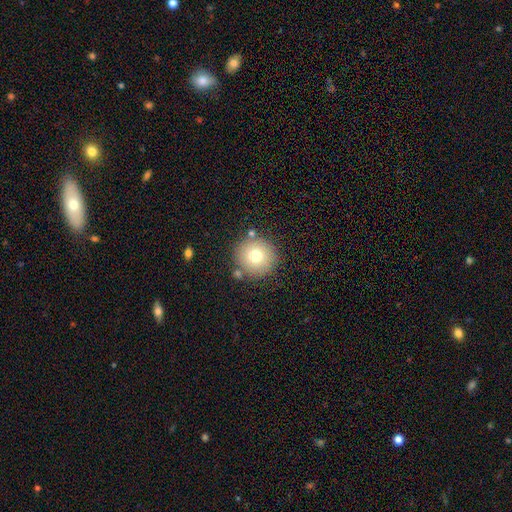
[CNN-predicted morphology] Q: Smooth or featured?
A: smooth (73%); runner-up: featured or disk (15%)
Q: How rounded?
A: round (95%); runner-up: in between (4%)
Q: Merging?
A: none (83%); runner-up: minor disturbance (8%)